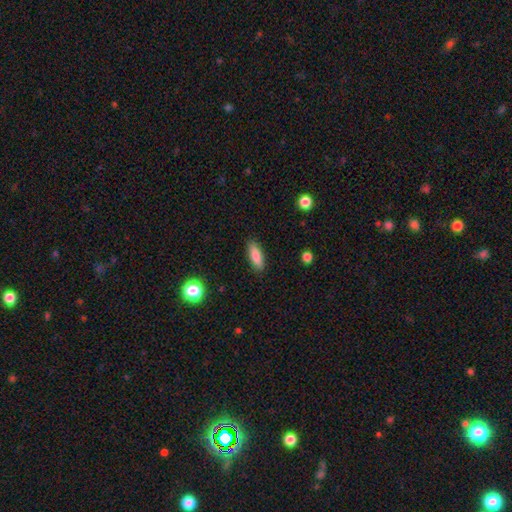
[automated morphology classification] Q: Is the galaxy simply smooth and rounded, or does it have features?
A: smooth — 83%.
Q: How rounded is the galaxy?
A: in between — 59%.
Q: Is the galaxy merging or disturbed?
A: none — 88%.